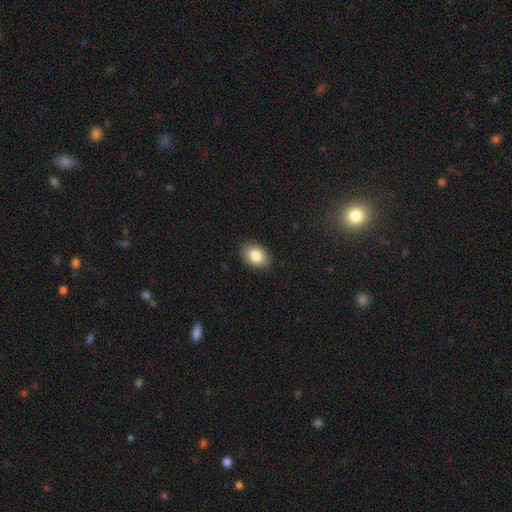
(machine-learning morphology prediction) type=smooth (84%); roundness=in between (75%); merging=none (89%).